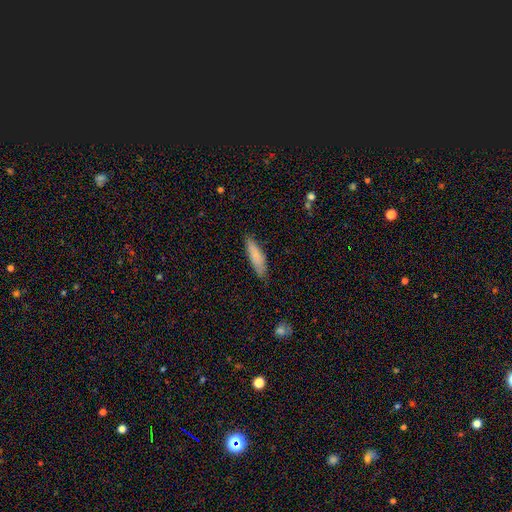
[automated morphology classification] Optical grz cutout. It shows a smooth galaxy with no disk features (80%) that is cigar-shaped (67%). Merging: none (79%).